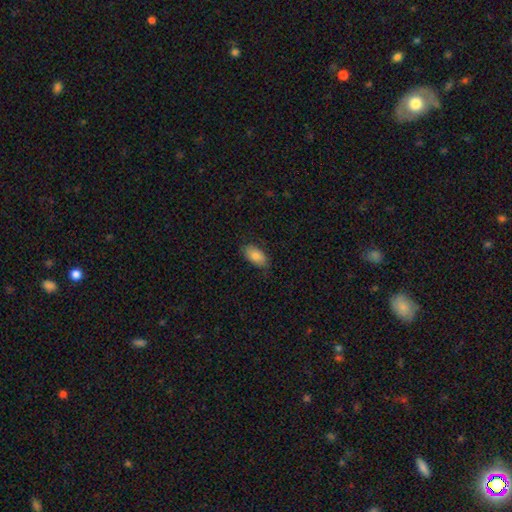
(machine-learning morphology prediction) This appears to be a smooth galaxy with no disk features (82%) that is in between round and cigar-shaped (94%). Merging: none (80%).